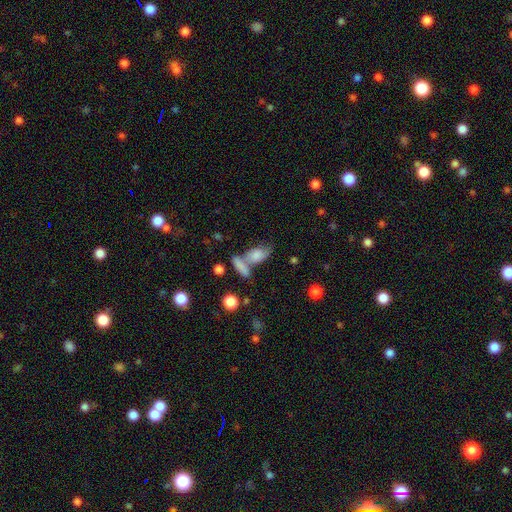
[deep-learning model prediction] smooth_or_featured: smooth (p=0.68) [alt: featured or disk p=0.20]
how_rounded: in between (p=0.75) [alt: round p=0.12]
merging: merger (p=0.41) [alt: none p=0.39]